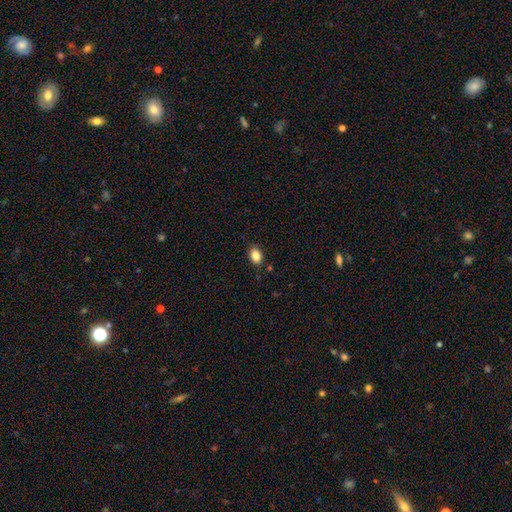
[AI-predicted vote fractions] Smooth or featured: smooth — 85% (star or artifact — 9%)
How rounded: in between — 81% (round — 17%)
Merging: none — 84% (minor disturbance — 12%)